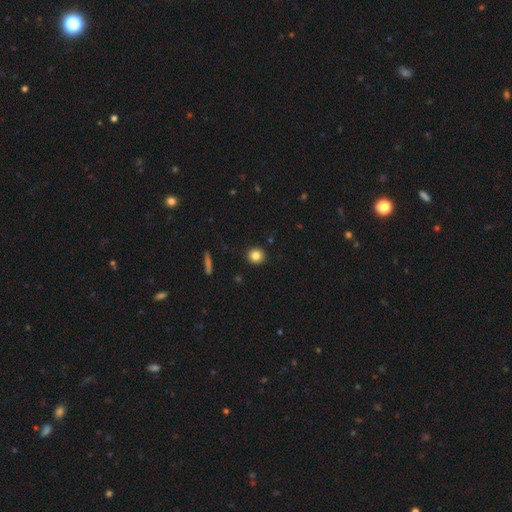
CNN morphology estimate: This appears to be a smooth galaxy with no disk features (83%) that is round (91%). Merging: none (92%).